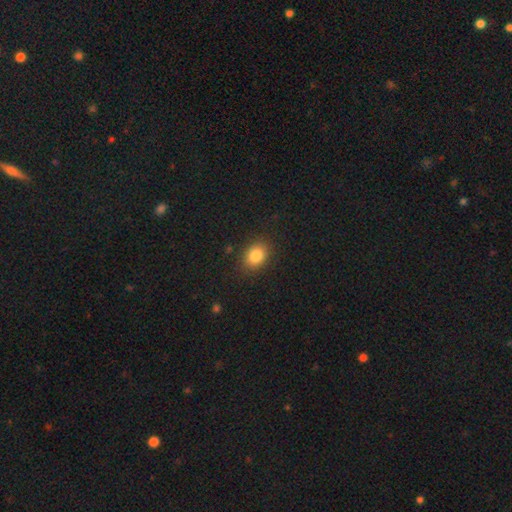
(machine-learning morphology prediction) The model was most divided on "how rounded": in between: 61%, round: 38%, cigar-shaped: 1%. More confident: merging — none (86%); smooth or featured — smooth (84%).